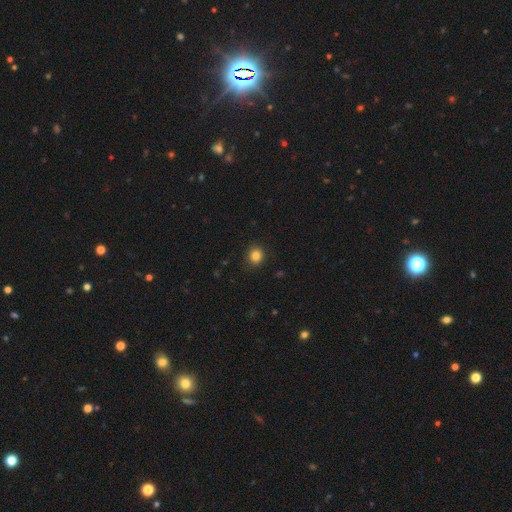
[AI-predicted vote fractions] This appears to be a smooth galaxy with no disk features (84%) that is round (80%). Merging: none (90%).